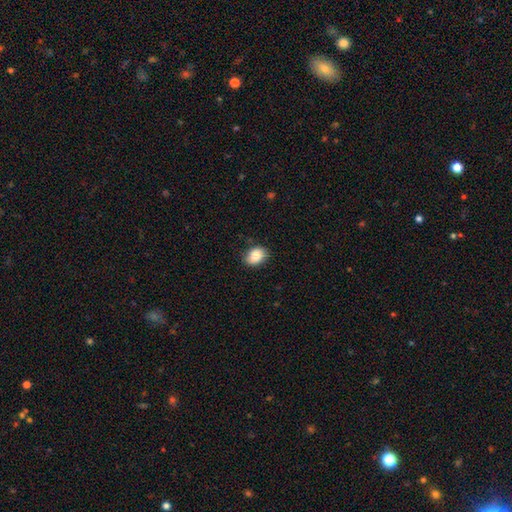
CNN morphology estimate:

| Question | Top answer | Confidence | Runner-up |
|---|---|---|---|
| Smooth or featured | smooth | 86% | star or artifact (8%) |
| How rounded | in between | 72% | round (27%) |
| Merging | none | 82% | minor disturbance (15%) |